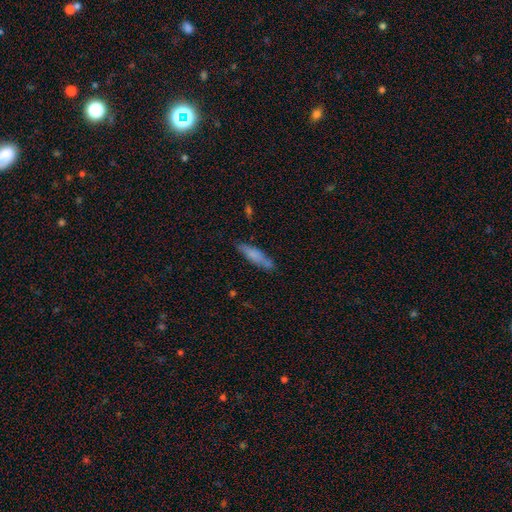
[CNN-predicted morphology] type=smooth (74%); roundness=cigar-shaped (76%); merging=none (74%).